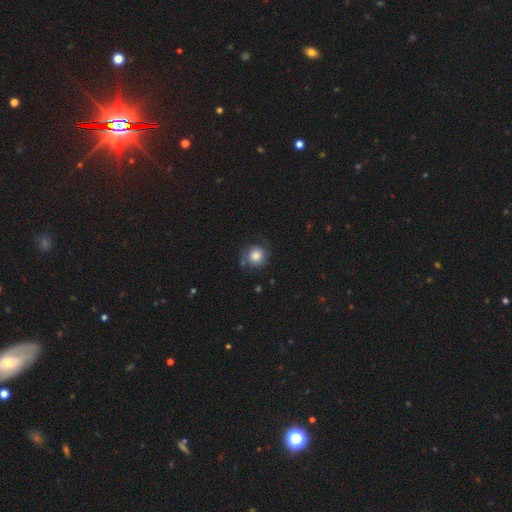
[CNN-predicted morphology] A smooth galaxy with no disk features (63%) that is round (88%). Merging: none (67%).